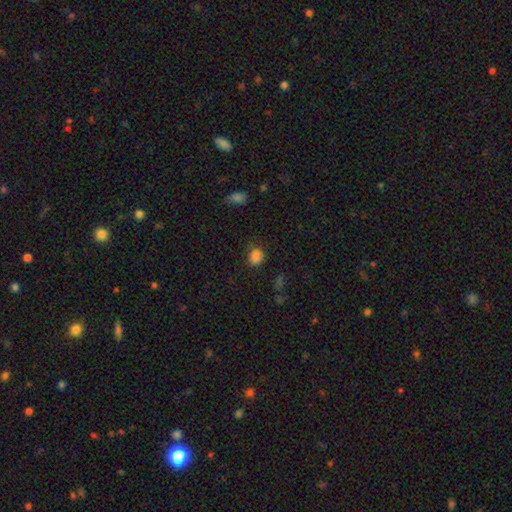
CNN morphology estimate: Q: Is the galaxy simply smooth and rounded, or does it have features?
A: smooth — 81%.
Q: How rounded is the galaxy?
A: round — 64%.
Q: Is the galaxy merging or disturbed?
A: none — 74%.